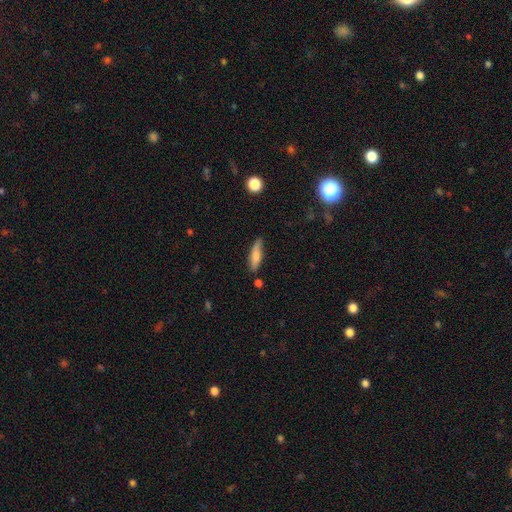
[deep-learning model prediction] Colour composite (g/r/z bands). It shows a smooth galaxy with no disk features (73%) that is cigar-shaped (68%). Merging: none (73%).